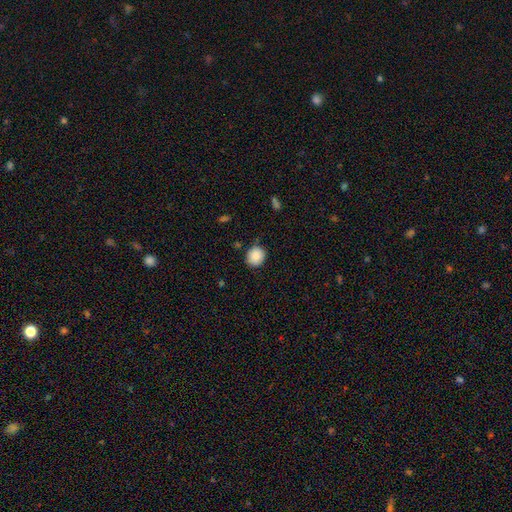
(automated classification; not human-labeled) This appears to be a smooth galaxy with no disk features (87%) that is round (83%). Merging: none (83%).